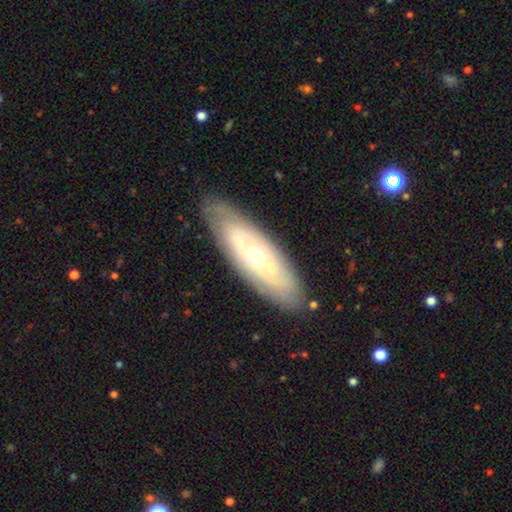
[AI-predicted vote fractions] A featured or disk galaxy (70%) with no bar (78%), spiral arms (50%, tied with no) and a moderate central bulge (66%). Merging: none (83%).